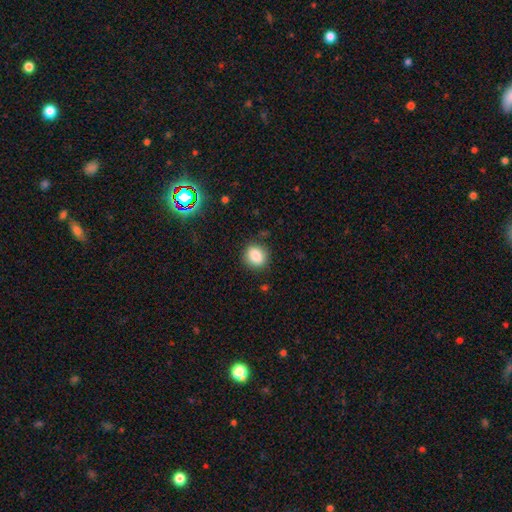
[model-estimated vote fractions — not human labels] Smooth or featured? smooth (85%)
How rounded? round (76%)
Merging? none (86%)